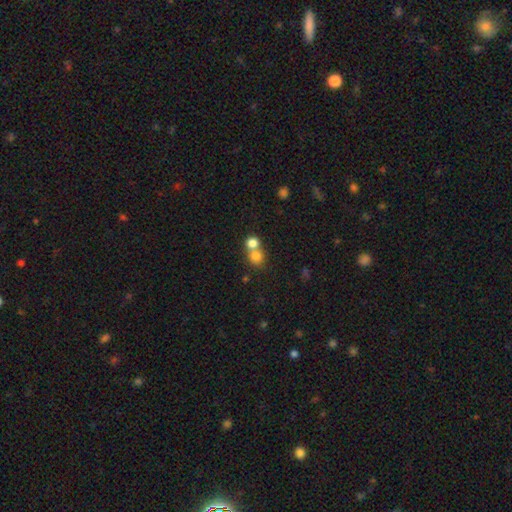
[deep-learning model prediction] A smooth galaxy with no disk features (78%) that is round (83%). Merging: merger (55%).